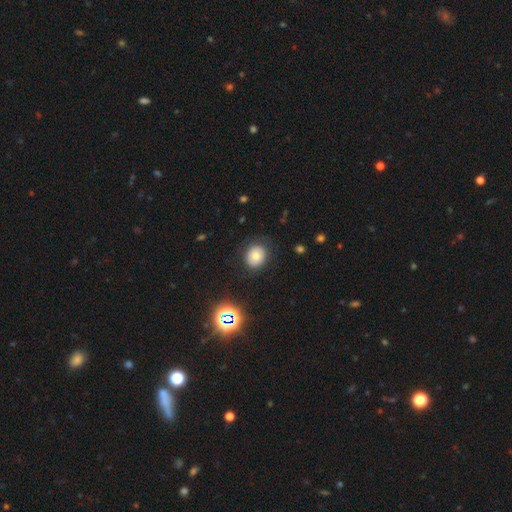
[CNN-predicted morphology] Smooth or featured: smooth — 69% (featured or disk — 17%)
How rounded: round — 73% (in between — 26%)
Merging: none — 82% (minor disturbance — 13%)